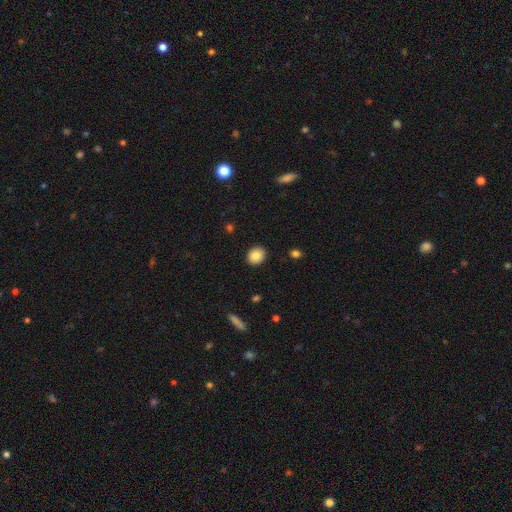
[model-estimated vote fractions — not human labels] This appears to be a smooth galaxy with no disk features (86%) that is round (61%). Merging: none (91%).